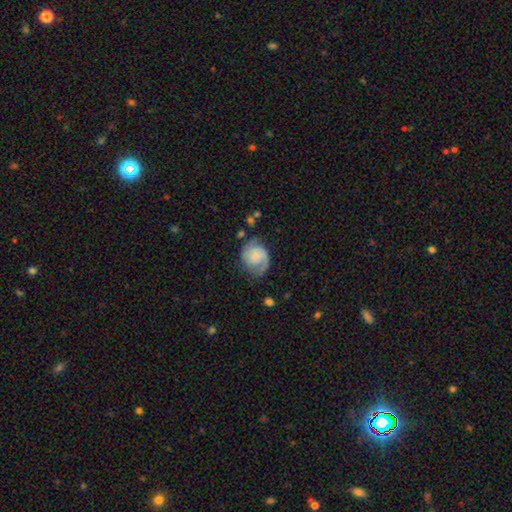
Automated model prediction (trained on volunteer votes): A featured or disk galaxy (71%) with no bar (69%), 2 (76%) medium (43%) spiral arms (94%) and a small central bulge (49%).

Vote fractions:
- Smooth or featured? featured or disk: 71% / smooth: 22% / star or artifact: 7%
- Edge-on disk? no: 98% / yes: 2%
- Bar? no: 69% / weak: 27% / strong: 4%
- Spiral arms? yes: 94% / no: 6%
- Spiral winding? medium: 43% / tight: 38% / loose: 19%
- Spiral arm count? 2: 76% / 1: 11% / can't tell: 8% / 3: 3% / 4: 1% / more than 4: 1%
- Bulge size? small: 49% / none: 24% / moderate: 21% / large: 5% / dominant: 2%
- Merging? none: 63% / minor disturbance: 23% / major disturbance: 12% / merger: 2%